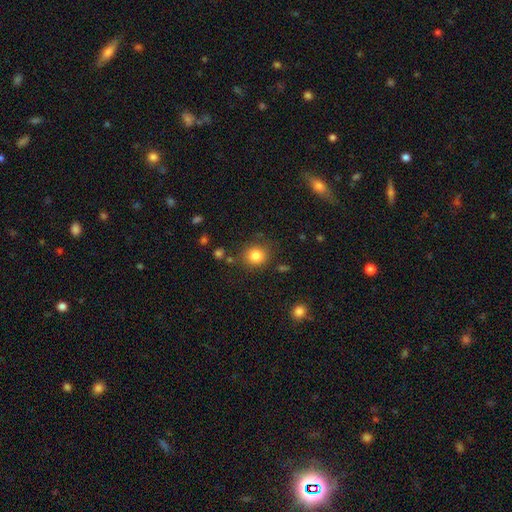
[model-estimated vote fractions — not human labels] This is clearly a smooth galaxy (83%). How rounded: clearly round (85%). Merging: clearly none (81%).